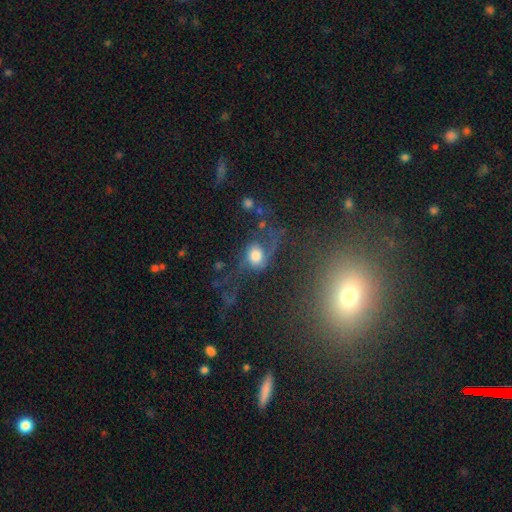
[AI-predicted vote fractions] A smooth galaxy with no disk features (44%).

Vote fractions:
- Smooth or featured? smooth: 44% / featured or disk: 41% / star or artifact: 16%
- Merging? none: 43% / major disturbance: 29% / minor disturbance: 20% / merger: 9%